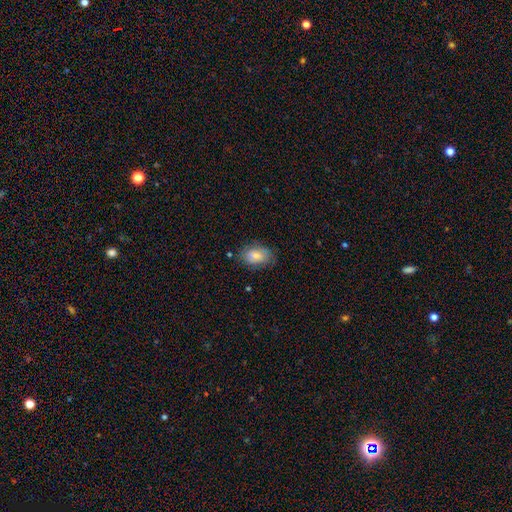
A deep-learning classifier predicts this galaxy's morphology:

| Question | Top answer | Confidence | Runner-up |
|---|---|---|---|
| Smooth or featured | smooth | 79% | featured or disk (14%) |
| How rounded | in between | 89% | round (9%) |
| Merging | none | 75% | minor disturbance (19%) |